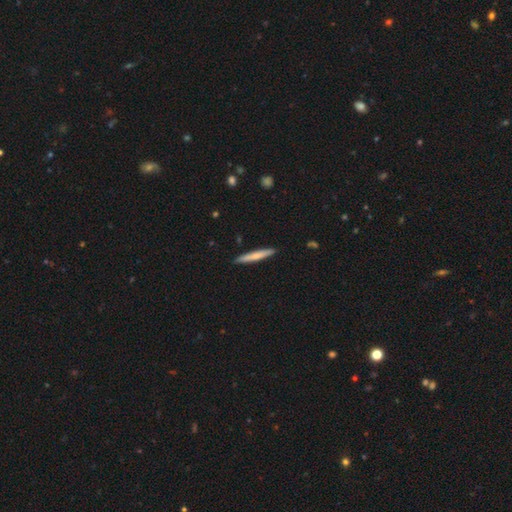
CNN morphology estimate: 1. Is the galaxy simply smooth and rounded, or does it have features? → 67% smooth, 28% featured or disk, 5% star or artifact.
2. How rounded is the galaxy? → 95% cigar-shaped, 4% in between, 1% round.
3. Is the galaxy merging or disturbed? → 90% none, 7% minor disturbance, 1% major disturbance, 1% merger.